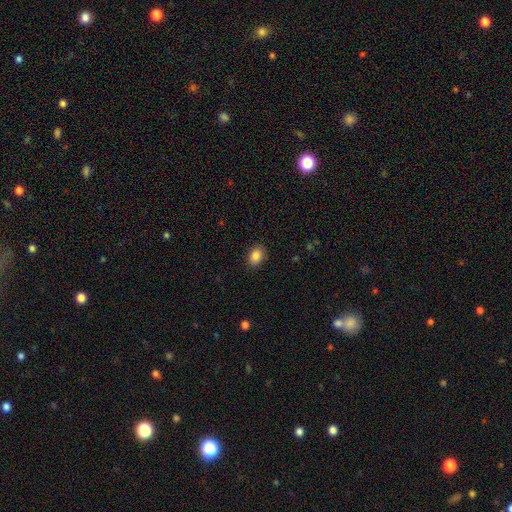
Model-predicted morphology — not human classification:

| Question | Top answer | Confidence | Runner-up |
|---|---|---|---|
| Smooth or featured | smooth | 86% | star or artifact (9%) |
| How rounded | in between | 75% | round (24%) |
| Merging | none | 88% | minor disturbance (9%) |